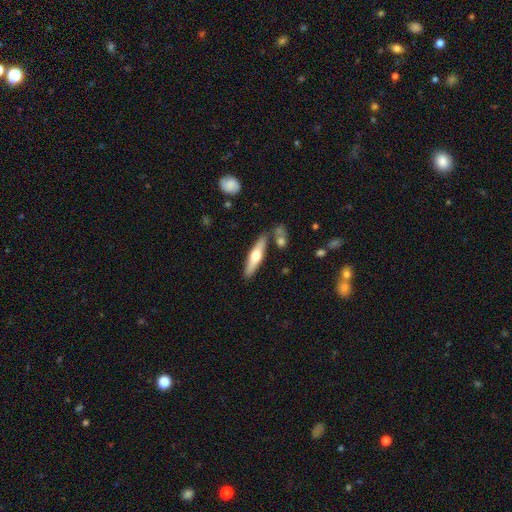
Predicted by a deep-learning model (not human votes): Morphology: type=featured or disk (52%); edge-on=yes (92%); merging=none (80%).